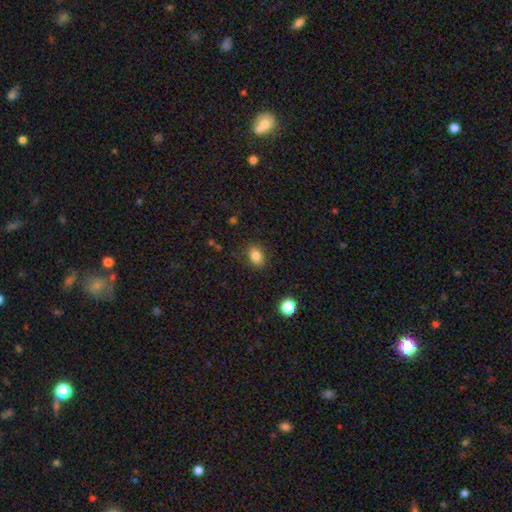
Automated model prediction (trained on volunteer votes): smooth 82%, star or artifact 11%, featured or disk 7%. Down the decision tree: how rounded — in between (60%); merging — none (86%).